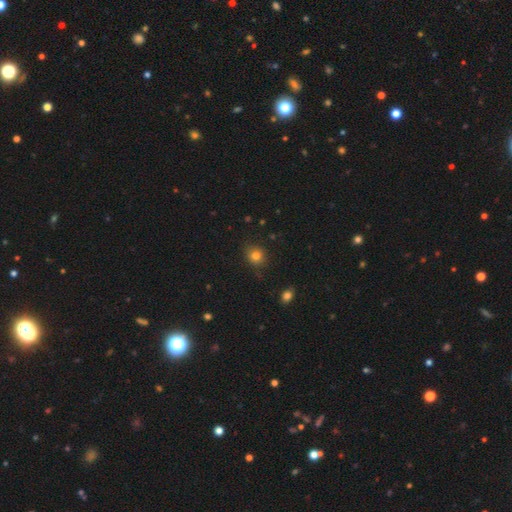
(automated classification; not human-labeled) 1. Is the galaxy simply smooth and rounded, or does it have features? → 80% smooth, 14% star or artifact, 6% featured or disk.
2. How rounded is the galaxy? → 81% round, 18% in between, 1% cigar-shaped.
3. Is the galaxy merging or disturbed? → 85% none, 11% minor disturbance, 3% major disturbance, 1% merger.